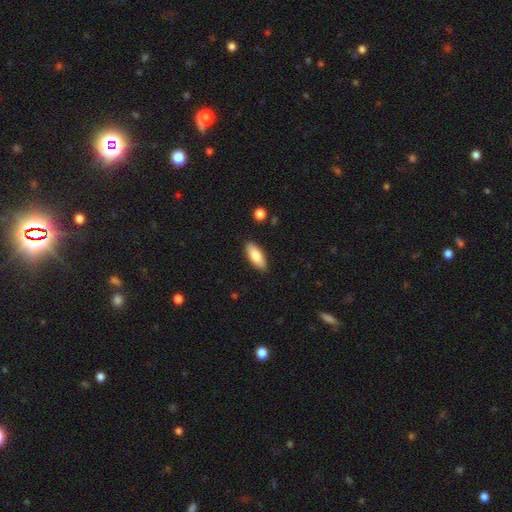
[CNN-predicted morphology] Smooth or featured?
  - smooth: 82% *
  - featured or disk: 12%
  - star or artifact: 6%
How rounded?
  - in between: 77% *
  - cigar-shaped: 21%
  - round: 2%
Merging?
  - none: 88% *
  - minor disturbance: 9%
  - major disturbance: 2%
  - merger: 1%